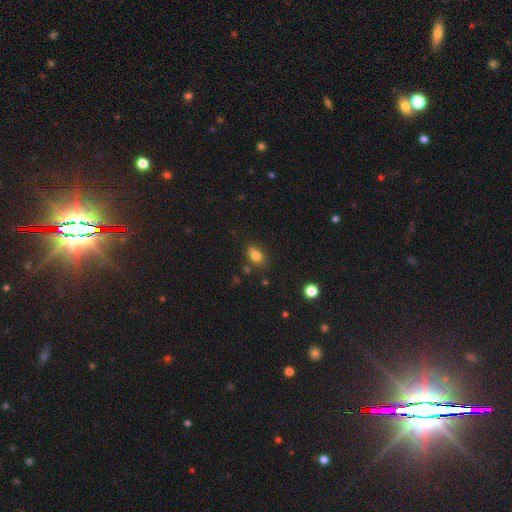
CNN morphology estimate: Overall: smooth (80%). How rounded: in between (72%). Merging: none (68%).